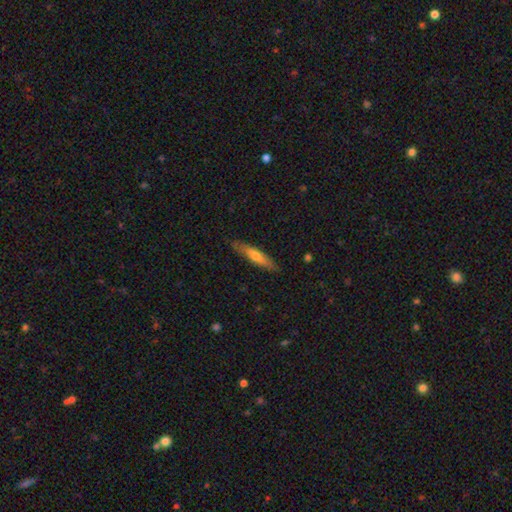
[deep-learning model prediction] Smooth or featured: smooth — 56% (featured or disk — 38%)
How rounded: cigar-shaped — 82% (in between — 16%)
Merging: none — 85% (minor disturbance — 12%)